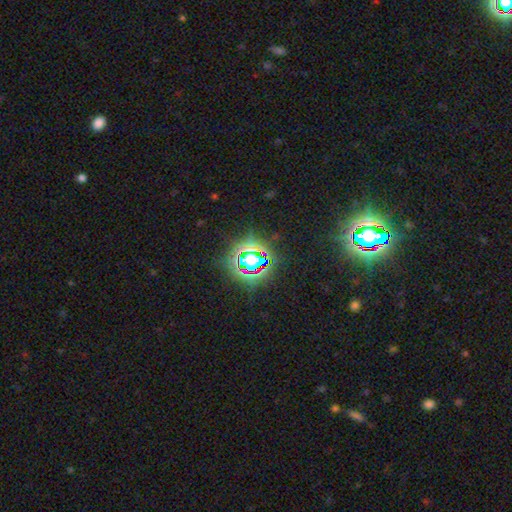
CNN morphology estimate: Smooth or featured? star or artifact (74%)